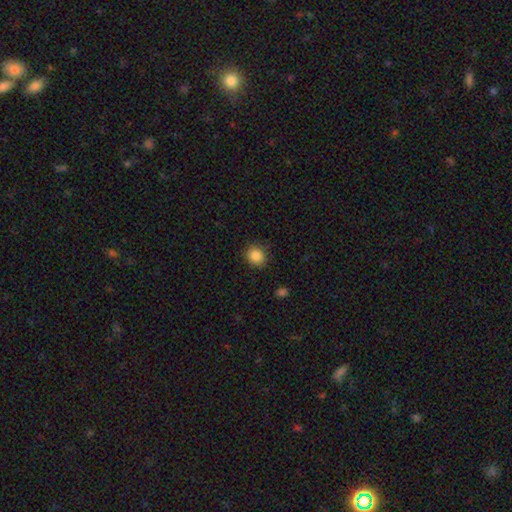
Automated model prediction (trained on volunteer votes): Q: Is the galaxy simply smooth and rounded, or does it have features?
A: smooth — 87%.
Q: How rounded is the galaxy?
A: round — 75%.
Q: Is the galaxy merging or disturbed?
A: none — 86%.